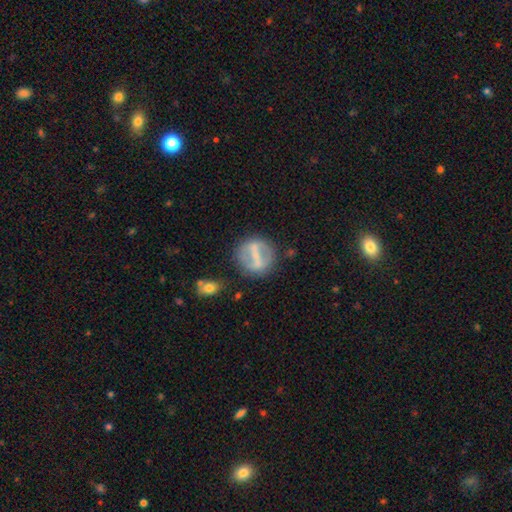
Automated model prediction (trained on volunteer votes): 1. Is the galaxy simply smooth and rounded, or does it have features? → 59% featured or disk, 33% smooth, 8% star or artifact.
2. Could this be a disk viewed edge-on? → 90% no, 10% yes.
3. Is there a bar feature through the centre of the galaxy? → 68% strong, 20% weak, 12% no.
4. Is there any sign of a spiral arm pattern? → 74% no, 26% yes.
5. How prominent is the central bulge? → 47% none, 29% small, 18% moderate, 4% large, 2% dominant.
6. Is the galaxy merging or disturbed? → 74% none, 15% minor disturbance, 8% major disturbance, 4% merger.